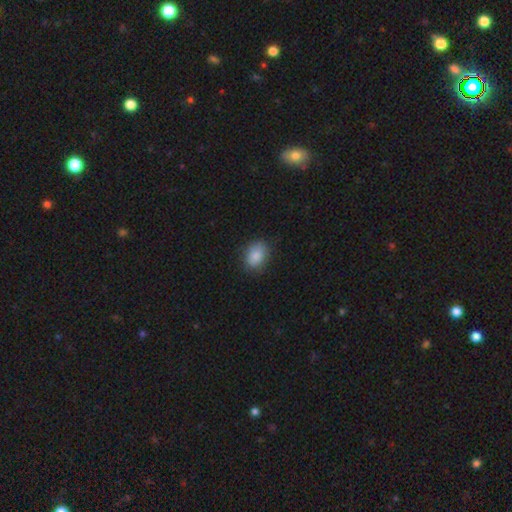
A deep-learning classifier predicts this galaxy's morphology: Q: Smooth or featured?
A: smooth (87%); runner-up: star or artifact (8%)
Q: How rounded?
A: in between (69%); runner-up: round (30%)
Q: Merging?
A: none (80%); runner-up: minor disturbance (15%)